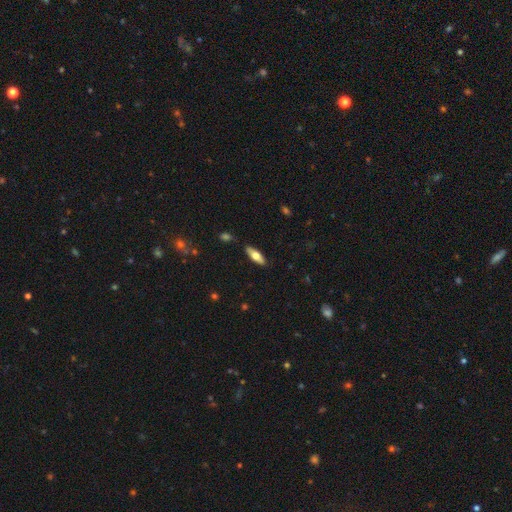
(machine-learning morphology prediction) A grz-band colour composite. It shows a smooth galaxy with no disk features (60%) that is in between round and cigar-shaped (65%). Merging: none (85%).